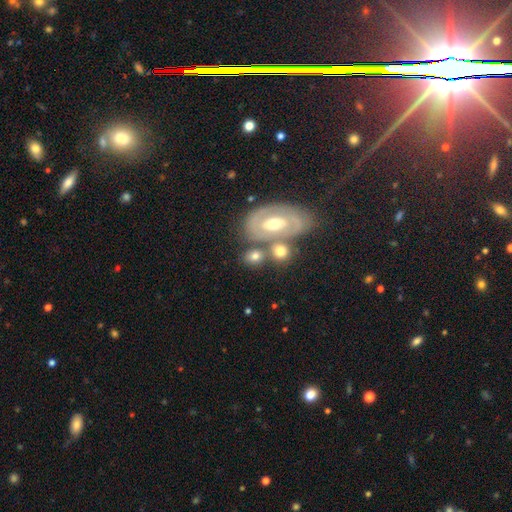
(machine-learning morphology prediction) smooth-or-featured: featured or disk: 58% | smooth: 32% | star or artifact: 10%
  disk-edge-on: no: 92% | yes: 8%
    bar: no: 53% | weak: 32% | strong: 15%
    has-spiral-arms: yes: 61% | no: 39%
    bulge-size: moderate: 67% | small: 22% | large: 8% | none: 2% | dominant: 2%
  merging: none: 56% | merger: 23% | minor disturbance: 15% | major disturbance: 6%